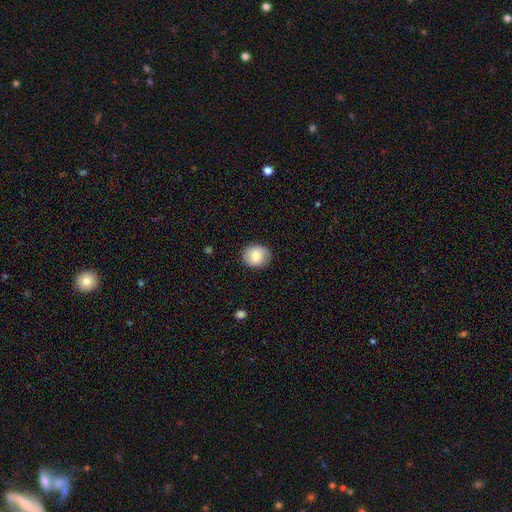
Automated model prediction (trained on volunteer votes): Overall: smooth (77%). How rounded: round (68%; in between 31%). Merging: none (84%).